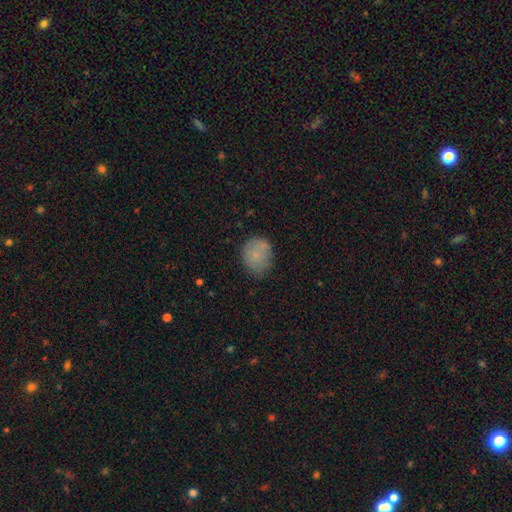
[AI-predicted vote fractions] smooth 79%, featured or disk 12%, star or artifact 9%. Down the decision tree: how rounded — round (56%); merging — none (65%).